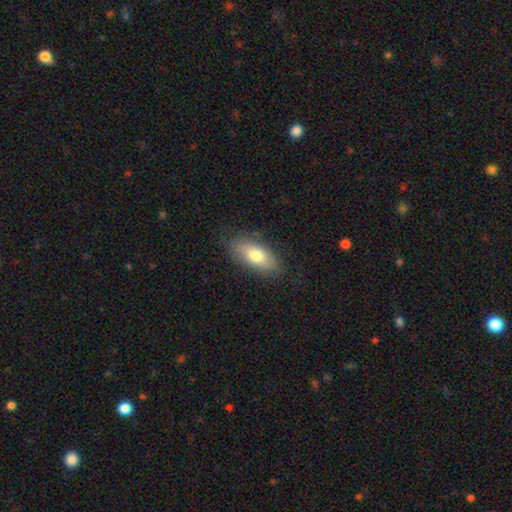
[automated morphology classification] Smooth or featured? smooth (73%)
How rounded? in between (88%)
Merging? none (80%)